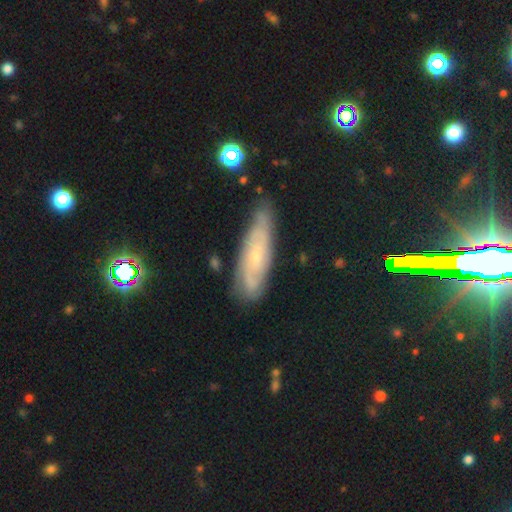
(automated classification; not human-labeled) Q: Smooth or featured?
A: featured or disk (65%); runner-up: smooth (26%)
Q: Edge-on disk?
A: no (76%); runner-up: yes (24%)
Q: Merging?
A: none (69%); runner-up: minor disturbance (23%)